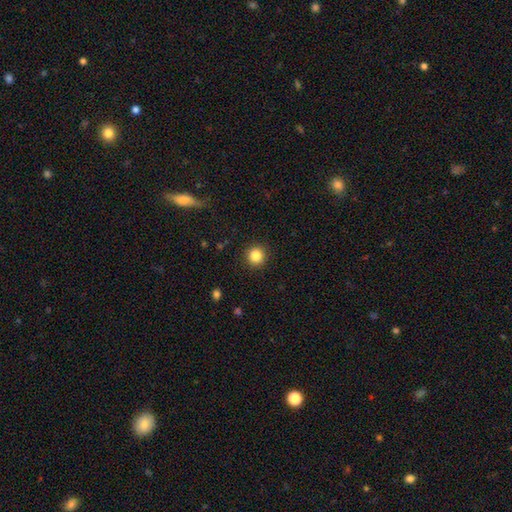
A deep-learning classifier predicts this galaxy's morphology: Smooth or featured? smooth (85%)
How rounded? round (94%)
Merging? none (91%)